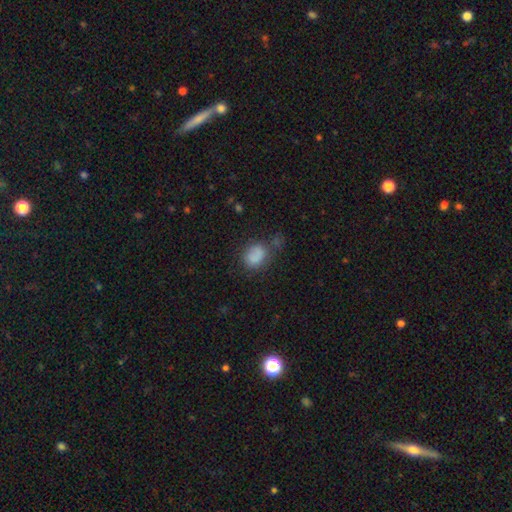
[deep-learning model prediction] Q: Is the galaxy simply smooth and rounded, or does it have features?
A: smooth — 82%.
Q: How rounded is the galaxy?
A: in between — 56%.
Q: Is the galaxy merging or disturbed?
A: none — 53%.